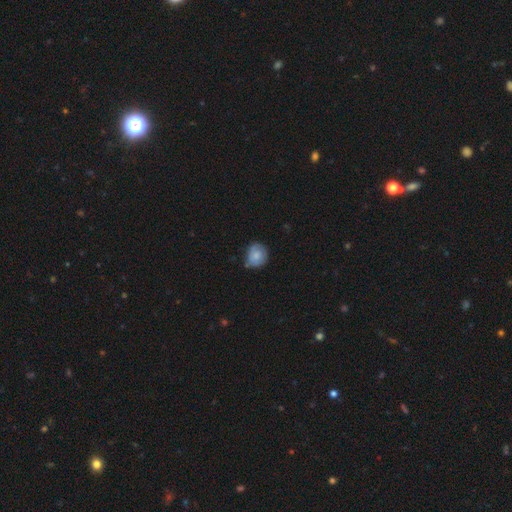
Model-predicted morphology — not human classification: Smooth or featured?
  - smooth: 76% *
  - featured or disk: 16%
  - star or artifact: 8%
How rounded?
  - round: 74% *
  - in between: 25%
  - cigar-shaped: 1%
Merging?
  - none: 59% *
  - minor disturbance: 33%
  - major disturbance: 6%
  - merger: 3%